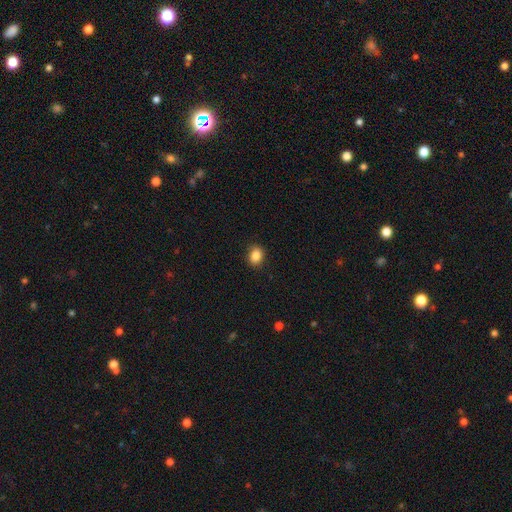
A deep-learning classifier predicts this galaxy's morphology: type=smooth (87%); roundness=in between (51%); merging=none (87%).